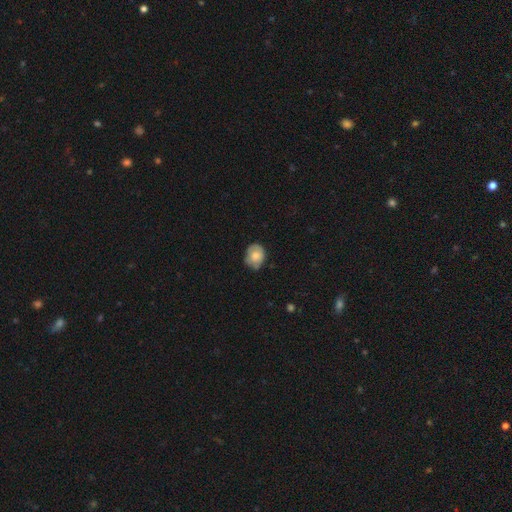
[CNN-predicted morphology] Smooth or featured?
  - smooth: 64% *
  - featured or disk: 29%
  - star or artifact: 7%
How rounded?
  - round: 57% *
  - in between: 43%
  - cigar-shaped: 1%
Merging?
  - none: 64% *
  - minor disturbance: 29%
  - major disturbance: 6%
  - merger: 2%